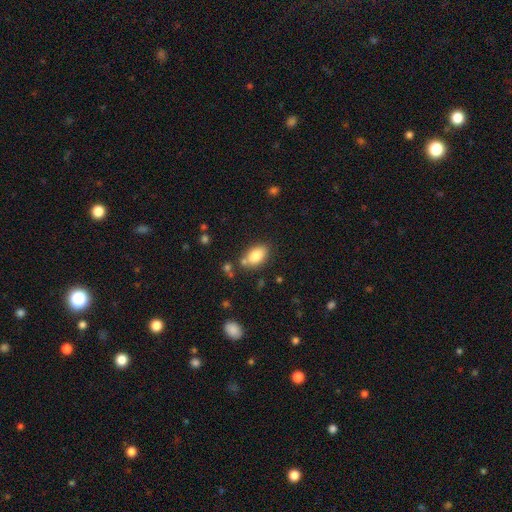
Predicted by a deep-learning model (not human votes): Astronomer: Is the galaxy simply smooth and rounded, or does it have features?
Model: smooth — 83%.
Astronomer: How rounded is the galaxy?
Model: in between — 89%.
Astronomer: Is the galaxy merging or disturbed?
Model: none — 72%.